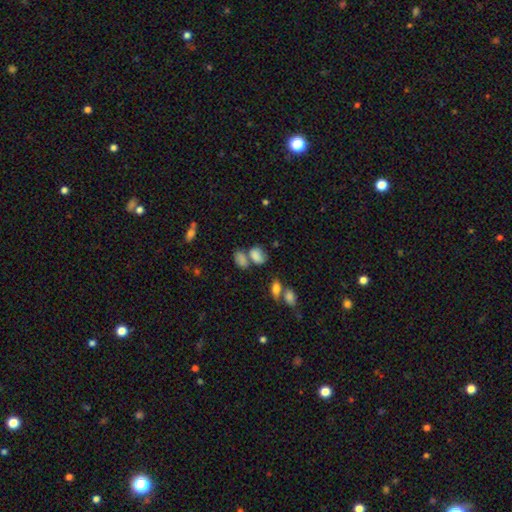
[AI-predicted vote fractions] smooth_or_featured: smooth (p=0.79) [alt: star or artifact p=0.12]
how_rounded: in between (p=0.81) [alt: round p=0.17]
merging: none (p=0.40) [alt: merger p=0.37]